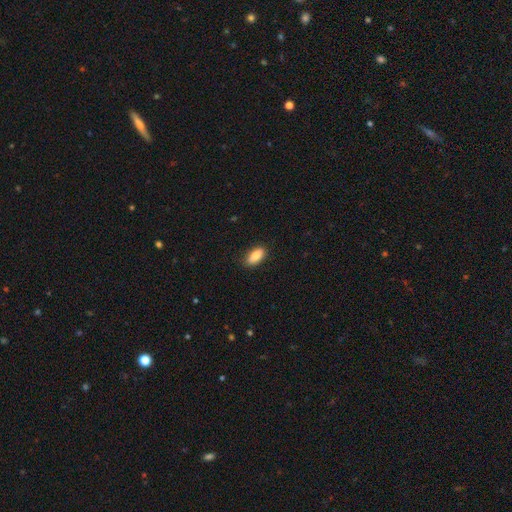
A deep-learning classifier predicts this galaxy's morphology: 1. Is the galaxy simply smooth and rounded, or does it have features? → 85% smooth, 8% featured or disk, 7% star or artifact.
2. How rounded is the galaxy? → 89% in between, 8% cigar-shaped, 3% round.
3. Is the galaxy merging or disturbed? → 86% none, 11% minor disturbance, 2% major disturbance, 1% merger.